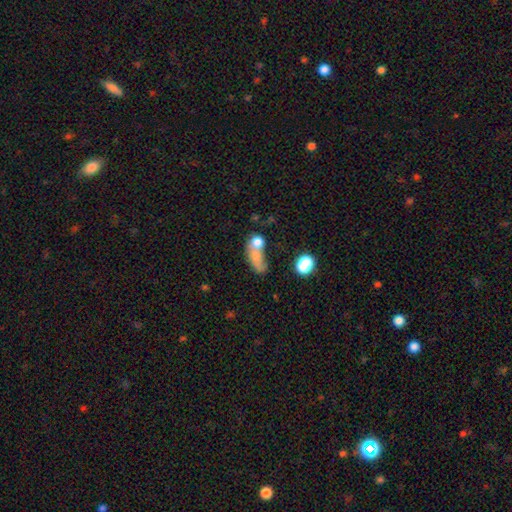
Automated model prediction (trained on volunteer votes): Smooth or featured? smooth (67%)
How rounded? in between (59%)
Merging? merger (45%)